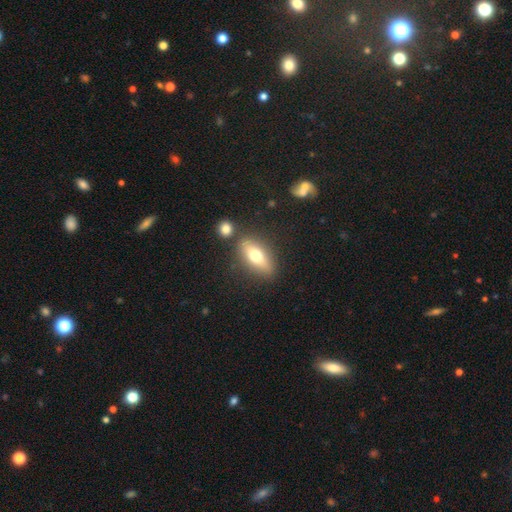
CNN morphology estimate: A smooth galaxy with no disk features (65%) that is in between round and cigar-shaped (73%).

Vote fractions:
- Smooth or featured? smooth: 65% / featured or disk: 28% / star or artifact: 8%
- How rounded? in between: 73% / cigar-shaped: 21% / round: 5%
- Merging? none: 77% / minor disturbance: 12% / merger: 8% / major disturbance: 4%